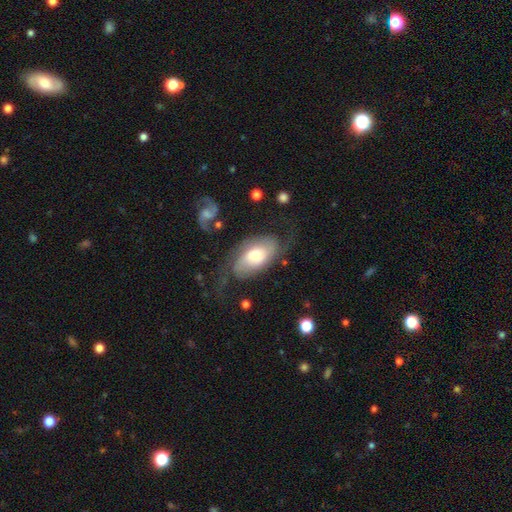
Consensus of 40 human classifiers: Smooth or featured: featured or disk — 68% (smooth — 25%)
Edge-on disk: no — 93% (yes — 7%)
Bar: no — 84% (strong — 8%)
Spiral arms: yes — 96% (no — 4%)
Spiral winding: medium — 38% (tight — 33%)
Spiral arm count: 2 — 92% (can't tell — 8%)
Bulge size: moderate — 44% (small — 36%)
Merging: none — 54% (minor disturbance — 32%)